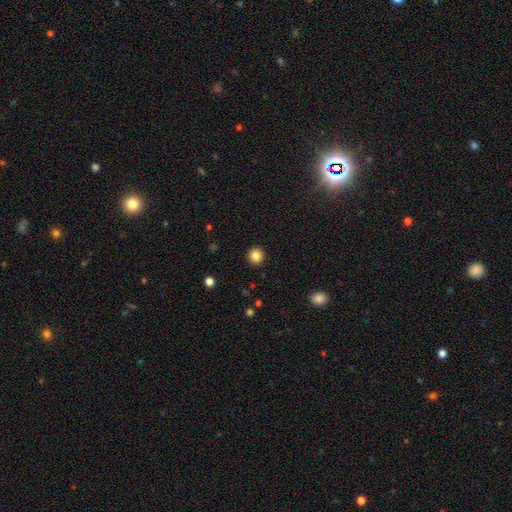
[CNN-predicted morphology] Smooth or featured? smooth (85%)
How rounded? round (91%)
Merging? none (92%)